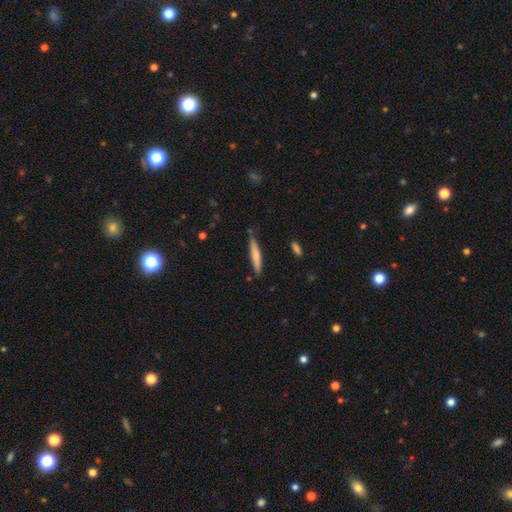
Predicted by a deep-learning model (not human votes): A smooth galaxy with no disk features (69%) that is cigar-shaped (91%). Merging: none (80%).